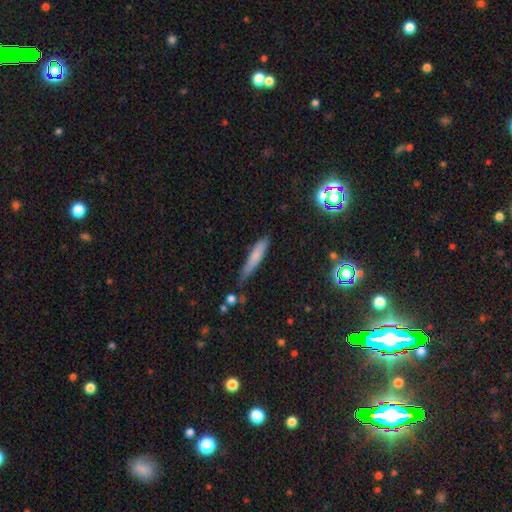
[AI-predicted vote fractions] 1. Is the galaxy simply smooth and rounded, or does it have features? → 70% smooth, 20% featured or disk, 10% star or artifact.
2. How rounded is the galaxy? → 86% cigar-shaped, 12% in between, 2% round.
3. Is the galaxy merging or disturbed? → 66% none, 25% minor disturbance, 5% major disturbance, 3% merger.